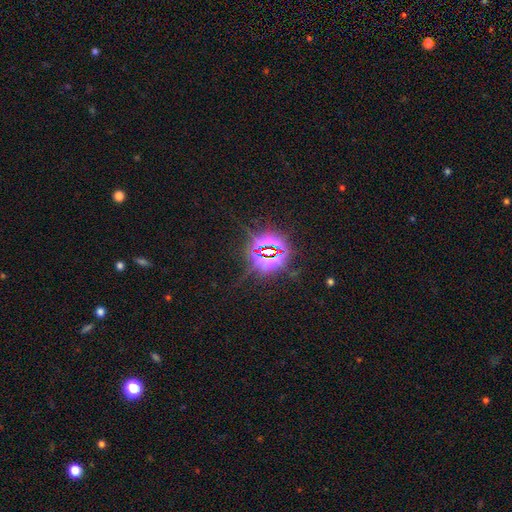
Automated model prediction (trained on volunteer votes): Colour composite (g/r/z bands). It shows a star or artifact, not a galaxy (83%).